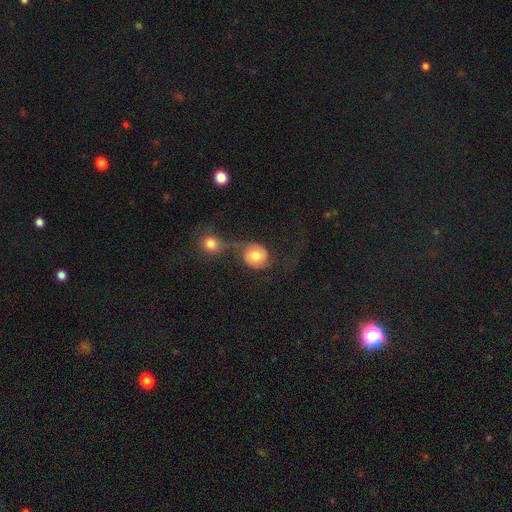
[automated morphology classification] smooth_or_featured: smooth (p=0.62) [alt: featured or disk p=0.30]
how_rounded: round (p=0.81) [alt: in between p=0.18]
merging: merger (p=0.44) [alt: none p=0.30]